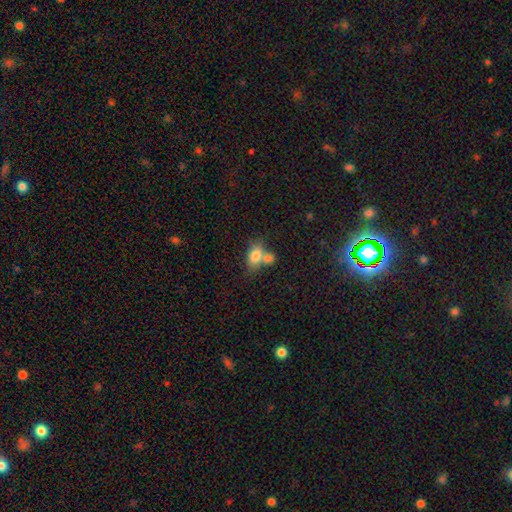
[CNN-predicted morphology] smooth 78%, featured or disk 13%, star or artifact 9%. Down the decision tree: how rounded — in between (82%); merging — merger (51%).